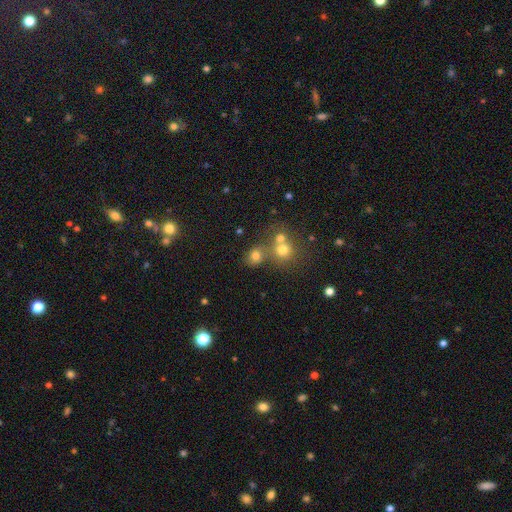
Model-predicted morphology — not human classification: smooth 72%, star or artifact 17%, featured or disk 12%. Down the decision tree: how rounded — round (70%); merging — none (52%).